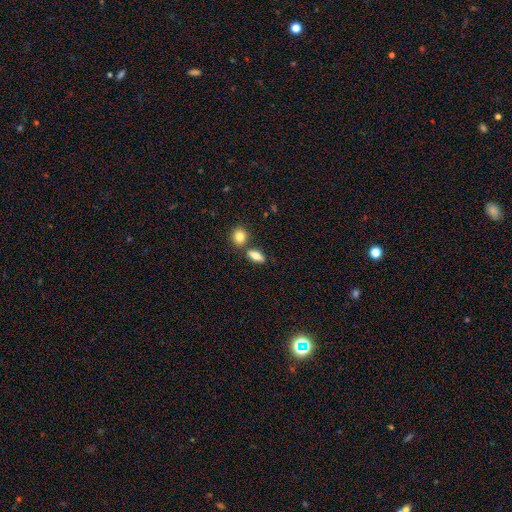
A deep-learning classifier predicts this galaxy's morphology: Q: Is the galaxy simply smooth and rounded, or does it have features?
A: smooth — 82%.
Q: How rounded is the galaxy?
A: in between — 77%.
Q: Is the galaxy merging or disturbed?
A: none — 70%.